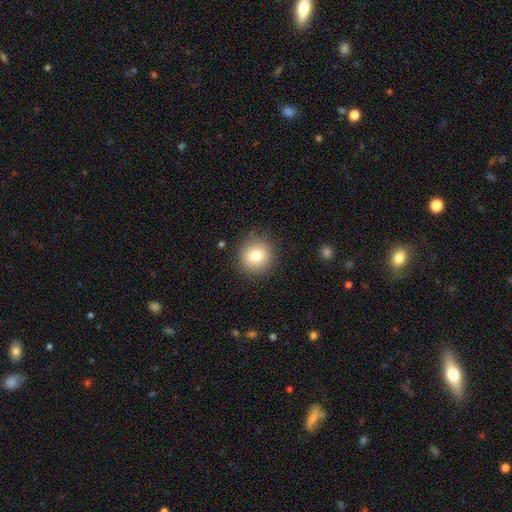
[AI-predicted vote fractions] Overall: smooth (81%). How rounded: round (89%). Merging: none (87%).